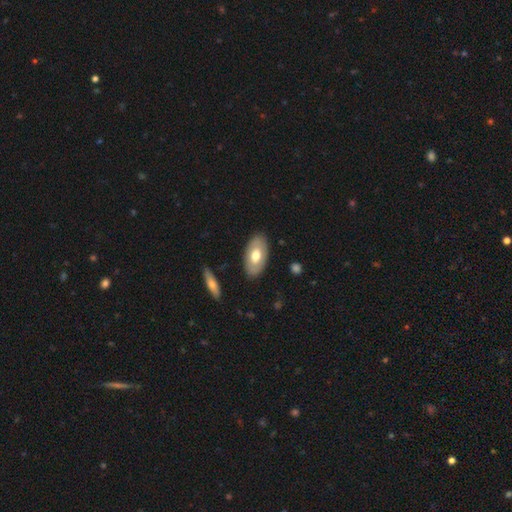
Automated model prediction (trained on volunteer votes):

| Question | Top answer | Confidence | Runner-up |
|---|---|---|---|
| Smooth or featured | smooth | 57% | featured or disk (38%) |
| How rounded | in between | 94% | round (4%) |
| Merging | none | 86% | minor disturbance (10%) |